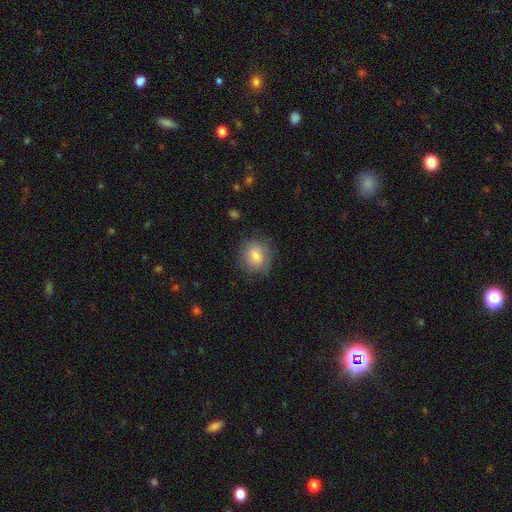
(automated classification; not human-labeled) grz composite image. It shows a smooth galaxy with no disk features (75%) that is round (81%). Merging: none (80%).